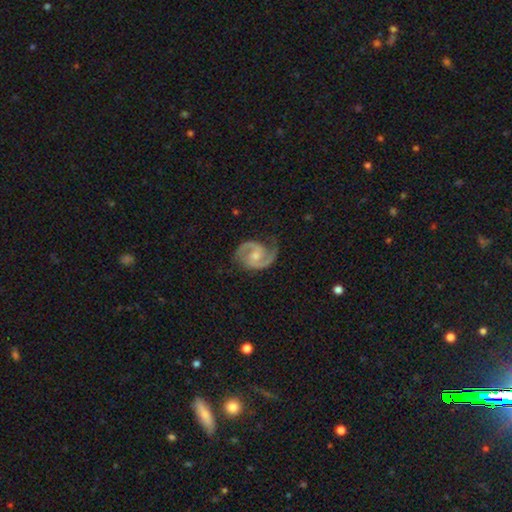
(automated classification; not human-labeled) Smooth or featured?
  - featured or disk: 91% *
  - smooth: 5%
  - star or artifact: 4%
Edge-on disk?
  - no: 98% *
  - yes: 2%
Bar?
  - no: 49% *
  - weak: 43%
  - strong: 8%
Spiral arms?
  - yes: 98% *
  - no: 2%
Spiral winding?
  - medium: 58% *
  - tight: 28%
  - loose: 14%
Spiral arm count?
  - 2: 91% *
  - 1: 3%
  - can't tell: 2%
  - 3: 1%
  - 4: 1%
  - more than 4: 1%
Bulge size?
  - moderate: 57% *
  - small: 32%
  - none: 7%
  - large: 4%
  - dominant: 1%
Merging?
  - none: 72% *
  - minor disturbance: 19%
  - major disturbance: 7%
  - merger: 1%